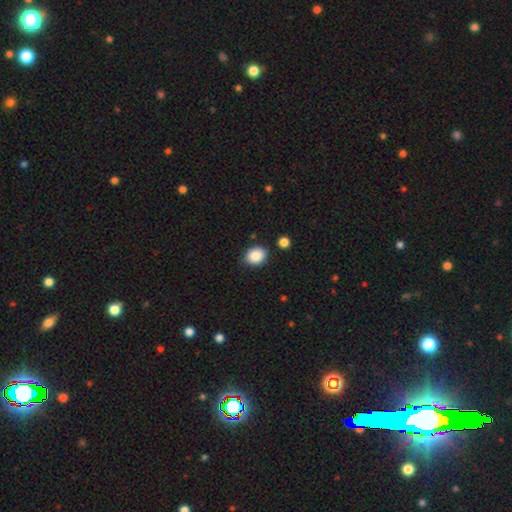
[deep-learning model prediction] Smooth or featured?
  - smooth: 87% *
  - star or artifact: 8%
  - featured or disk: 5%
How rounded?
  - round: 53% *
  - in between: 46%
  - cigar-shaped: 1%
Merging?
  - none: 85% *
  - minor disturbance: 10%
  - merger: 3%
  - major disturbance: 2%